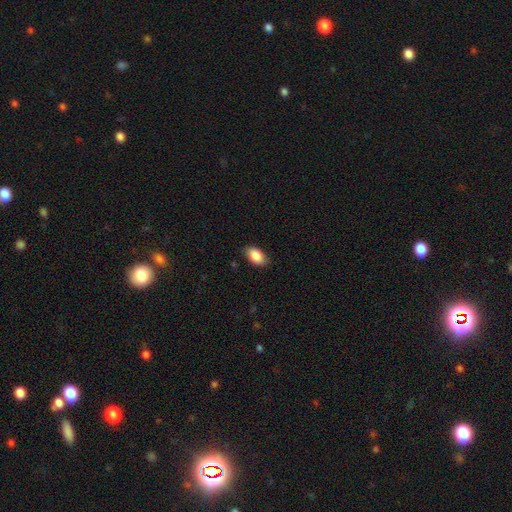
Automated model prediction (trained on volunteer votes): The model was most divided on "merging": none: 82%, minor disturbance: 14%, major disturbance: 3%, merger: 1%. More confident: how rounded — in between (93%); smooth or featured — smooth (88%).